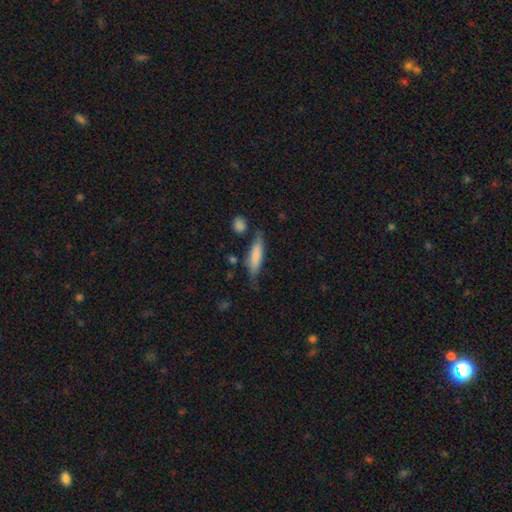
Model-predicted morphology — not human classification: type=smooth (75%); roundness=cigar-shaped (68%); merging=none (67%).